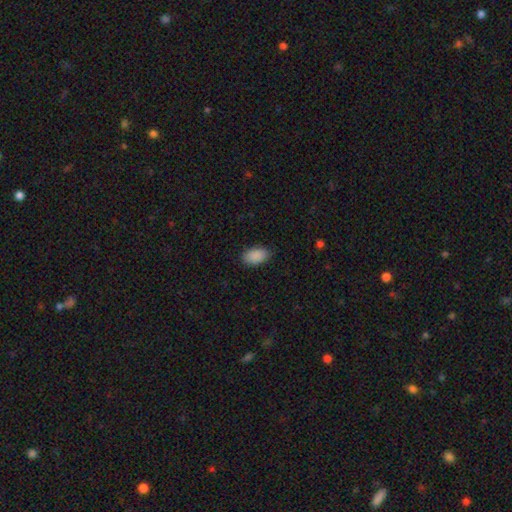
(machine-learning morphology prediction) smooth_or_featured: smooth (p=0.90) [alt: star or artifact p=0.07]
how_rounded: in between (p=0.93) [alt: round p=0.05]
merging: none (p=0.84) [alt: minor disturbance p=0.13]